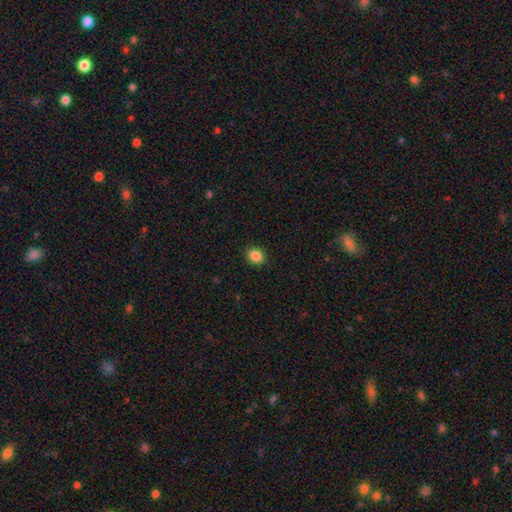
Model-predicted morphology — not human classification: smooth 87%, star or artifact 10%, featured or disk 3%. Down the decision tree: how rounded — round (69%); merging — none (90%).